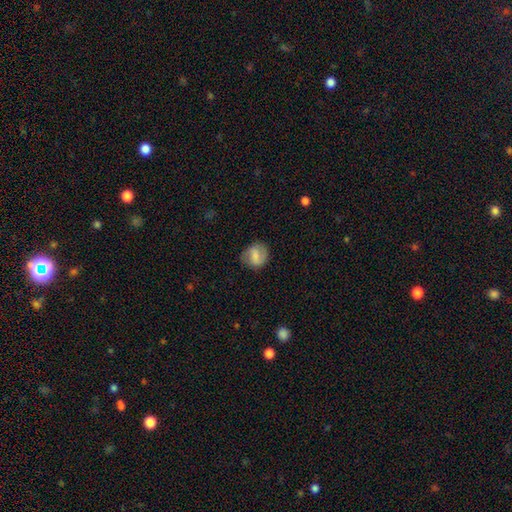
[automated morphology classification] smooth-or-featured: smooth: 56% | featured or disk: 36% | star or artifact: 8%
  how-rounded: round: 69% | in between: 29% | cigar-shaped: 1%
  merging: none: 76% | minor disturbance: 17% | major disturbance: 6% | merger: 1%